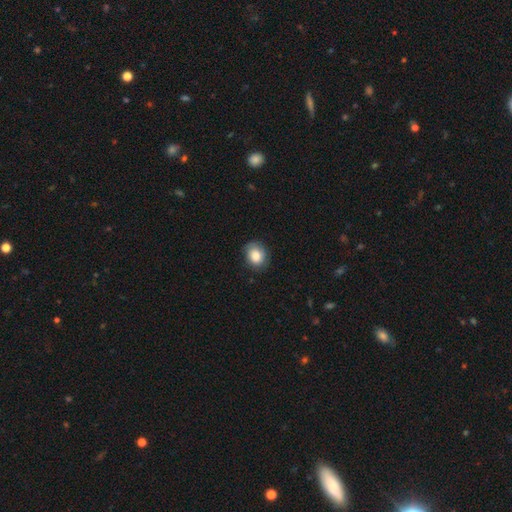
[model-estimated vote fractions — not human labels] smooth_or_featured: smooth (p=0.83) [alt: featured or disk p=0.08]
how_rounded: round (p=0.54) [alt: in between p=0.45]
merging: none (p=0.78) [alt: minor disturbance p=0.18]